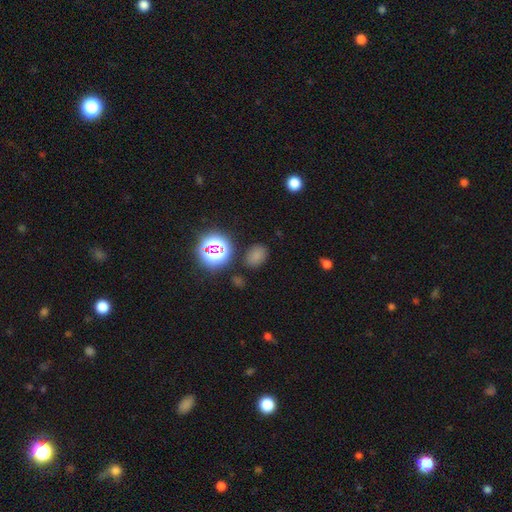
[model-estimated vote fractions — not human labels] A smooth galaxy with no disk features (70%) that is in between round and cigar-shaped (69%).

Vote fractions:
- Smooth or featured? smooth: 70% / star or artifact: 23% / featured or disk: 6%
- How rounded? in between: 69% / round: 30% / cigar-shaped: 1%
- Merging? none: 79% / minor disturbance: 12% / merger: 4% / major disturbance: 4%